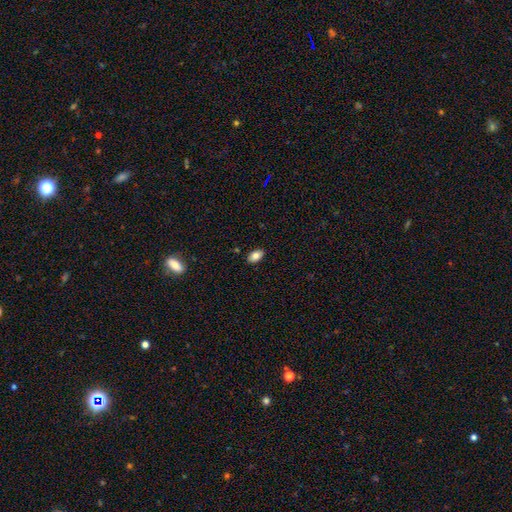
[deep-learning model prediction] Q: Smooth or featured?
A: smooth (80%); runner-up: featured or disk (12%)
Q: How rounded?
A: in between (91%); runner-up: round (7%)
Q: Merging?
A: none (87%); runner-up: minor disturbance (10%)